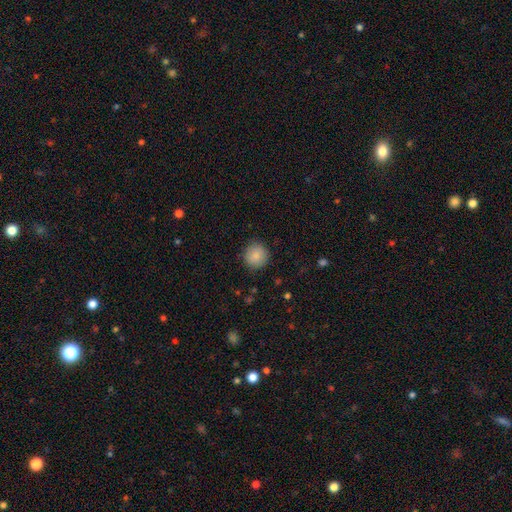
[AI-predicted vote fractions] Overall: smooth (86%). How rounded: round (92%). Merging: none (88%).